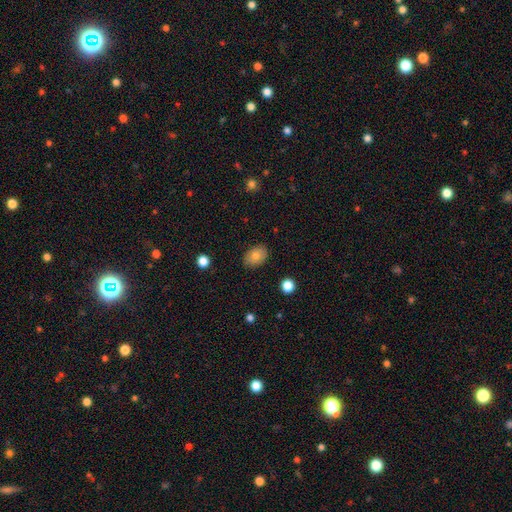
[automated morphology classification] Overall: smooth (79%). How rounded: in between (76%). Merging: none (85%).